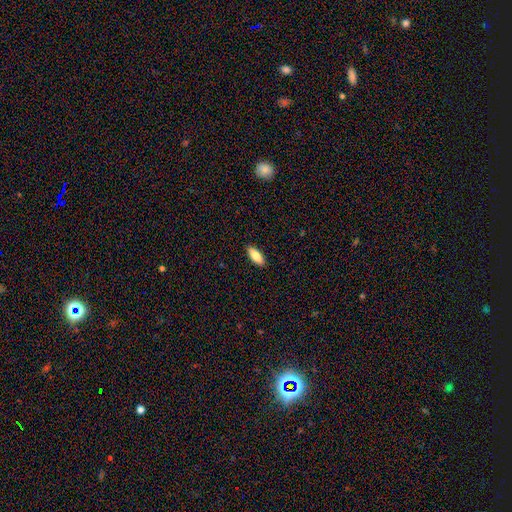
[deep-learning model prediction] smooth 83%, featured or disk 11%, star or artifact 6%. Down the decision tree: how rounded — in between (80%); merging — none (90%).